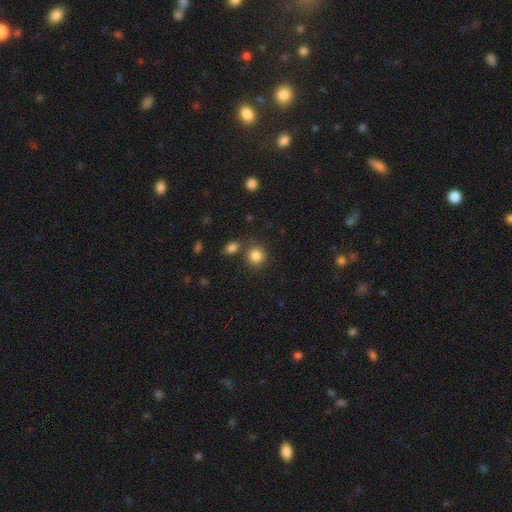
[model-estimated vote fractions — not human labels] smooth_or_featured: smooth (p=0.84) [alt: star or artifact p=0.10]
how_rounded: round (p=0.86) [alt: in between p=0.13]
merging: none (p=0.73) [alt: merger p=0.14]